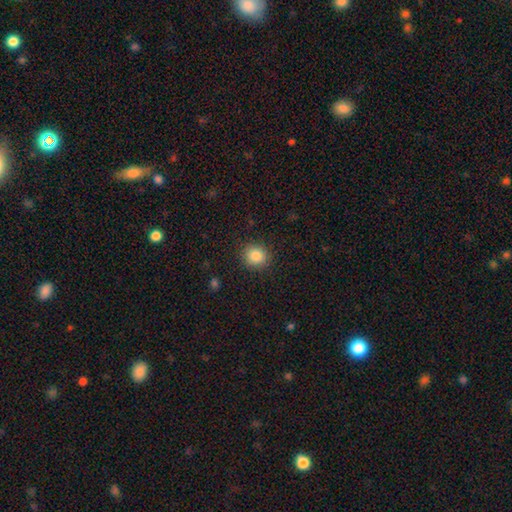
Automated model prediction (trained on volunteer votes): Q: Smooth or featured?
A: smooth (84%); runner-up: star or artifact (10%)
Q: How rounded?
A: round (84%); runner-up: in between (15%)
Q: Merging?
A: none (89%); runner-up: minor disturbance (7%)